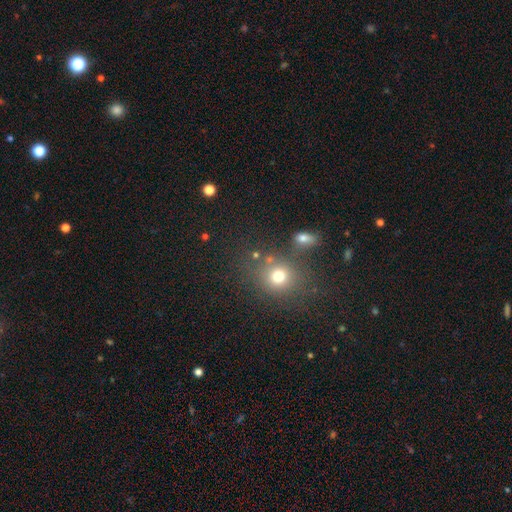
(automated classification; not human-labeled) Morphology: type=smooth (64%); roundness=round (74%); merging=none (68%).